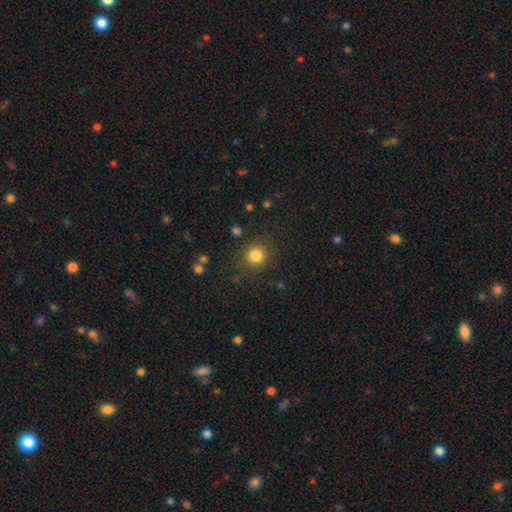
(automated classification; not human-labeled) smooth_or_featured: smooth (p=0.83) [alt: star or artifact p=0.12]
how_rounded: round (p=0.91) [alt: in between p=0.08]
merging: none (p=0.87) [alt: minor disturbance p=0.08]